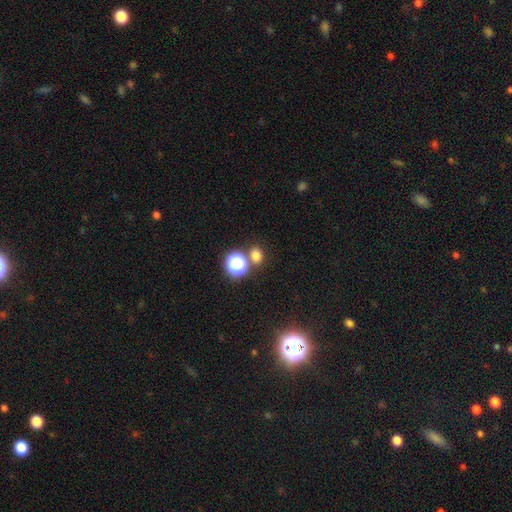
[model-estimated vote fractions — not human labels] This is likely a smooth galaxy (73%). How rounded: possibly round (58%). Merging: likely none (72%).